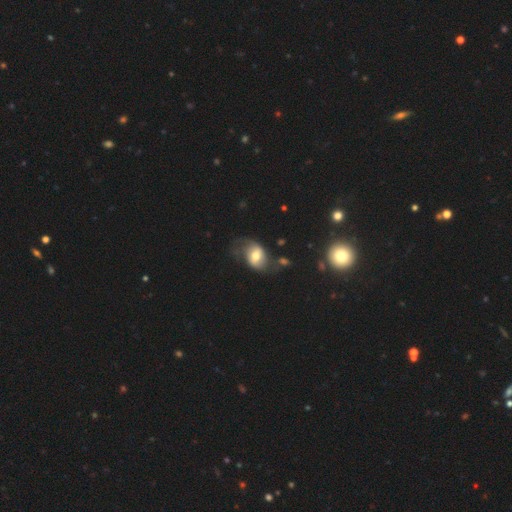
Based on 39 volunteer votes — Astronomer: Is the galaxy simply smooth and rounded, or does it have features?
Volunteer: featured or disk — 67%.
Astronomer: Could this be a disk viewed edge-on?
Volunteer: no — 88%.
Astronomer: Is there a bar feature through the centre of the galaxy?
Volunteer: weak — 43%, tied with no at 43%.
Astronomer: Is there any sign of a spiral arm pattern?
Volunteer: yes — 70%.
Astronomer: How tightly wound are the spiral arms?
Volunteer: loose — 75%.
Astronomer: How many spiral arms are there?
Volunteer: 2 — 100%.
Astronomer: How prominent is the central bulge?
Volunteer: moderate — 57%.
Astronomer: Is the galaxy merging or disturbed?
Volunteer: none — 44% (runner-up: major disturbance, 33%).